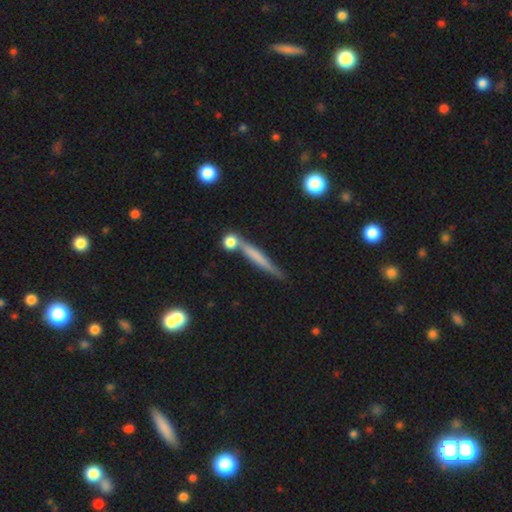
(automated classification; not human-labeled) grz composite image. It shows a smooth galaxy with no disk features (54%) that is cigar-shaped (92%). Merging: none (70%).